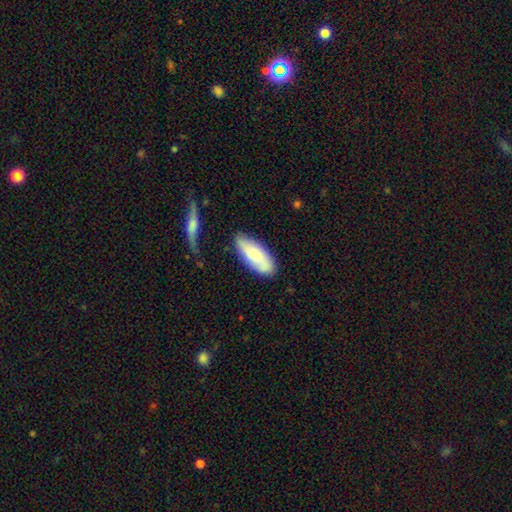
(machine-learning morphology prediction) Smooth or featured?
  - smooth: 73% *
  - featured or disk: 20%
  - star or artifact: 6%
How rounded?
  - in between: 78% *
  - cigar-shaped: 20%
  - round: 2%
Merging?
  - none: 72% *
  - minor disturbance: 20%
  - major disturbance: 4%
  - merger: 4%